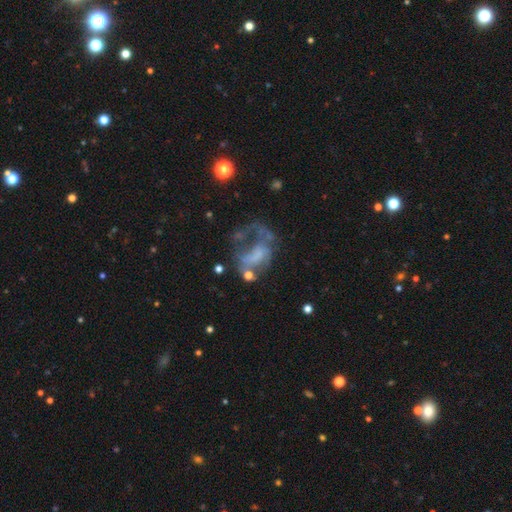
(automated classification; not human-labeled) This is likely a featured or disk galaxy (61%). It is clearly not viewed edge-on (98%). Bar: likely no (73%). Spiral arm pattern: likely no (61%). Central bulge: likely none (63%). Merging: possibly major disturbance (50%).